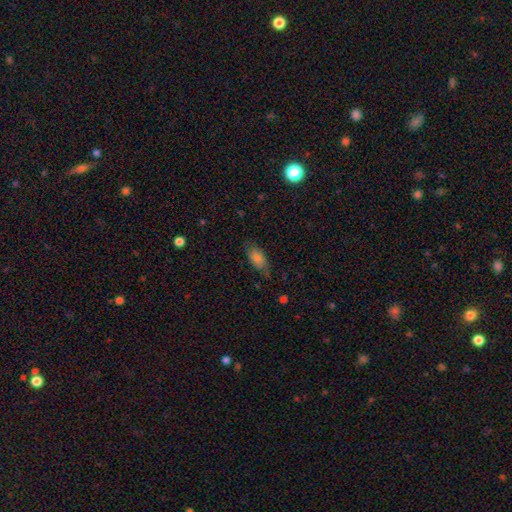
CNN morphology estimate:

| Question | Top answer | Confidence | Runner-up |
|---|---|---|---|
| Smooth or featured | smooth | 73% | featured or disk (15%) |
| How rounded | in between | 83% | cigar-shaped (12%) |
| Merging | none | 73% | minor disturbance (20%) |